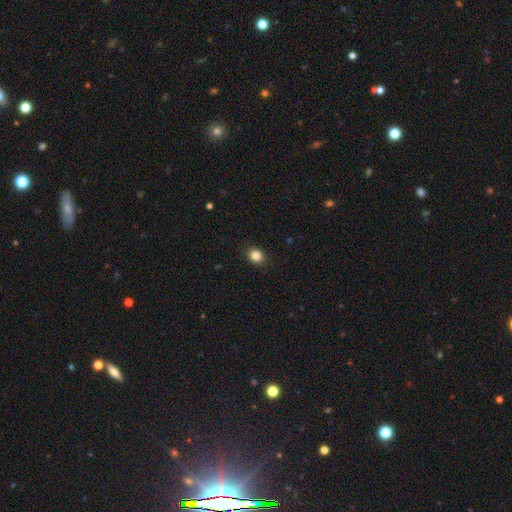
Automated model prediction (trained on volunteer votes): This is clearly a smooth galaxy (85%). How rounded: possibly round (56%). Merging: clearly none (89%).